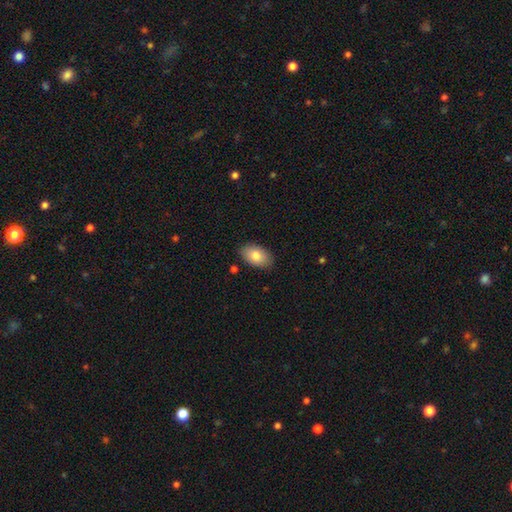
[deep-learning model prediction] The model was most divided on "smooth or featured": smooth: 83%, featured or disk: 10%, star or artifact: 7%. More confident: how rounded — in between (92%); merging — none (85%).